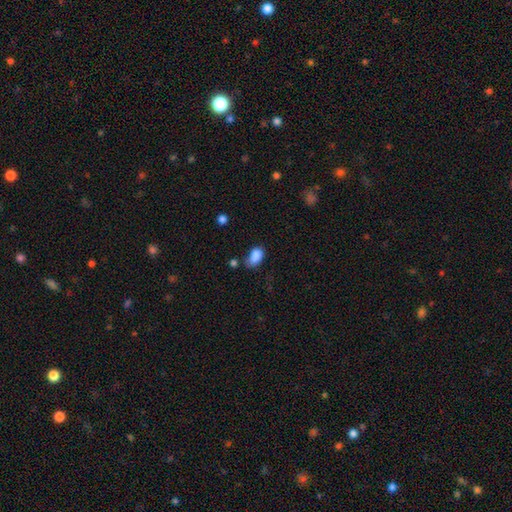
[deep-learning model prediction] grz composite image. It shows a smooth galaxy with no disk features (85%) that is in between round and cigar-shaped (89%). Merging: none (45%).